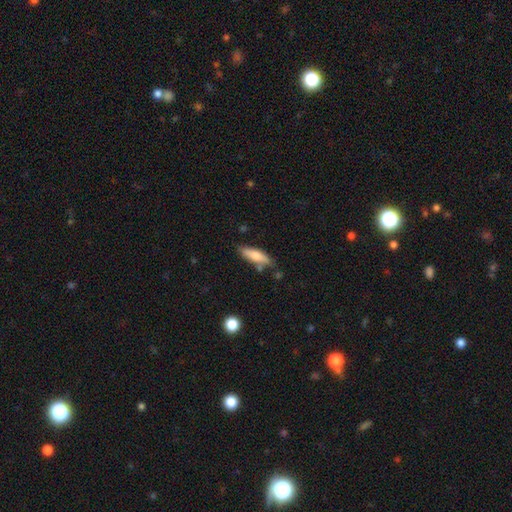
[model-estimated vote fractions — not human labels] A smooth galaxy with no disk features (69%) that is cigar-shaped (55%).

Vote fractions:
- Smooth or featured? smooth: 69% / featured or disk: 25% / star or artifact: 6%
- How rounded? cigar-shaped: 55% / in between: 43% / round: 2%
- Merging? none: 71% / minor disturbance: 18% / merger: 7% / major disturbance: 4%